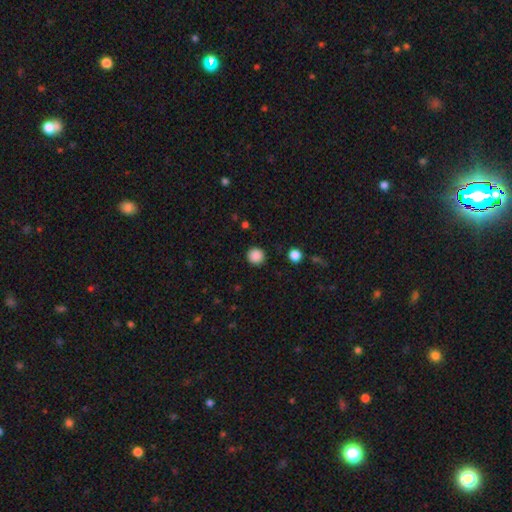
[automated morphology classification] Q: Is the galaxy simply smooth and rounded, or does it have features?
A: smooth — 87%.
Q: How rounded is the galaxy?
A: round — 95%.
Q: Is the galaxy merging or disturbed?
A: none — 91%.